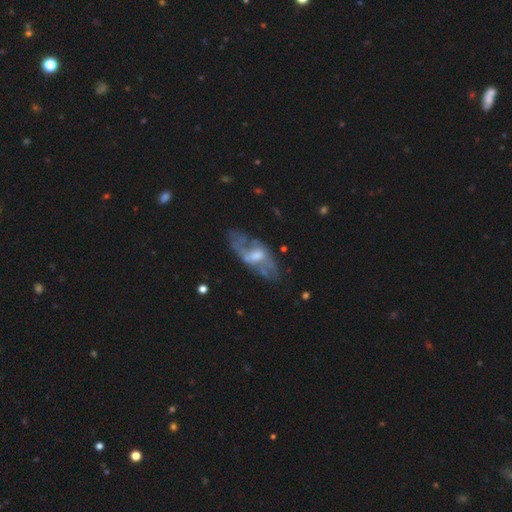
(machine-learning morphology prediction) This is likely a featured or disk galaxy (71%). It is clearly not viewed edge-on (84%). Bar: possibly weak (45%). Spiral arm pattern: likely yes (64%). Central bulge: possibly moderate (52%). Merging: possibly none (59%).